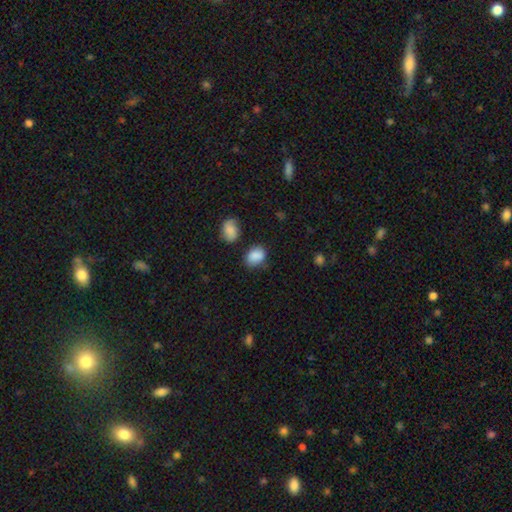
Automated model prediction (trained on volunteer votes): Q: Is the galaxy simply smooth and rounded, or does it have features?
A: smooth — 86%.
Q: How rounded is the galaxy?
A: in between — 71%.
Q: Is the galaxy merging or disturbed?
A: none — 65%.